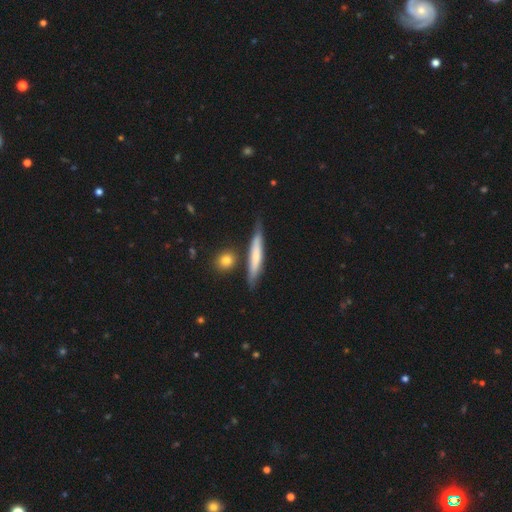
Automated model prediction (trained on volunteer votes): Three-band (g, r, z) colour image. It shows a smooth galaxy with no disk features (54%) that is cigar-shaped (91%). Merging: none (73%).